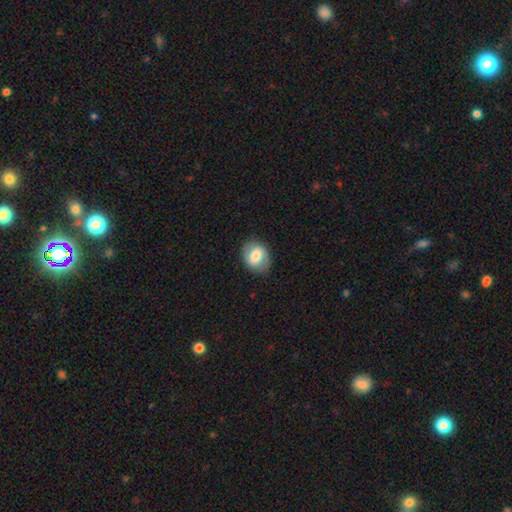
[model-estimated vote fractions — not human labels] Smooth or featured? Predicted: smooth (p=0.57). How rounded? Predicted: in between (p=0.57). Merging? Predicted: none (p=0.81).